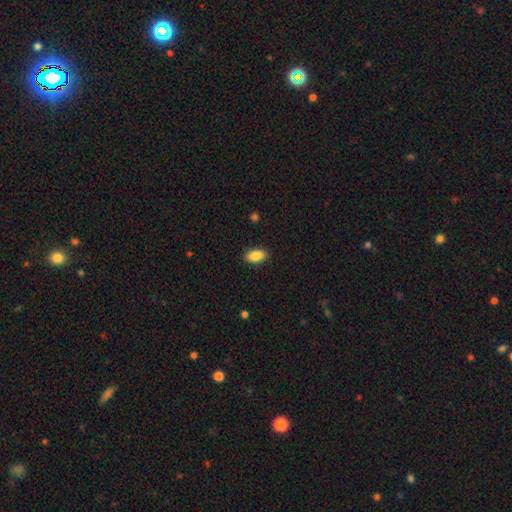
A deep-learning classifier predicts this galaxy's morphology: This is clearly a smooth galaxy (88%). How rounded: clearly in between (92%). Merging: clearly none (88%).